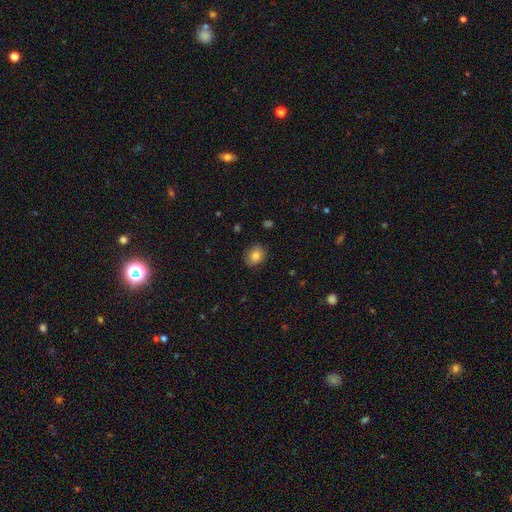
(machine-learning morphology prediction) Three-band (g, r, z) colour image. It shows a smooth galaxy with no disk features (79%) that is round (54%). Merging: none (81%).